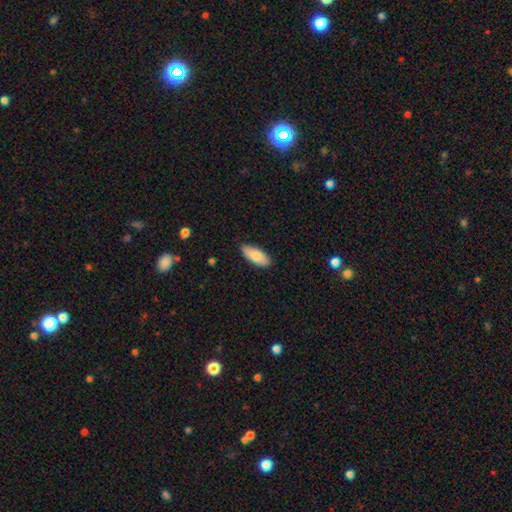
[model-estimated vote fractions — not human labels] This is clearly a smooth galaxy (83%). How rounded: clearly in between (84%). Merging: clearly none (85%).